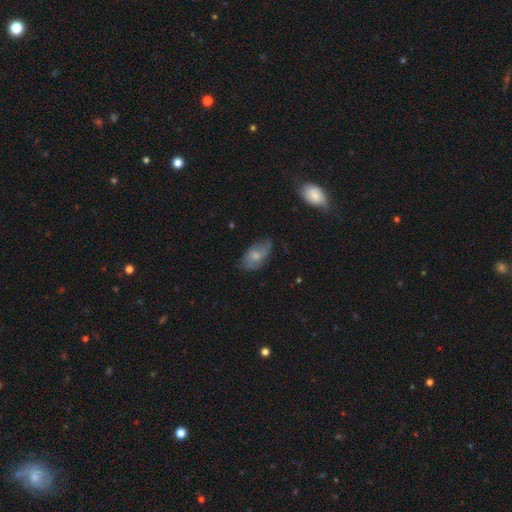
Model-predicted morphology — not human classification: A smooth galaxy with no disk features (59%) that is in between round and cigar-shaped (91%).

Vote fractions:
- Smooth or featured? smooth: 59% / featured or disk: 33% / star or artifact: 7%
- How rounded? in between: 91% / round: 6% / cigar-shaped: 3%
- Merging? none: 55% / minor disturbance: 34% / major disturbance: 10% / merger: 2%